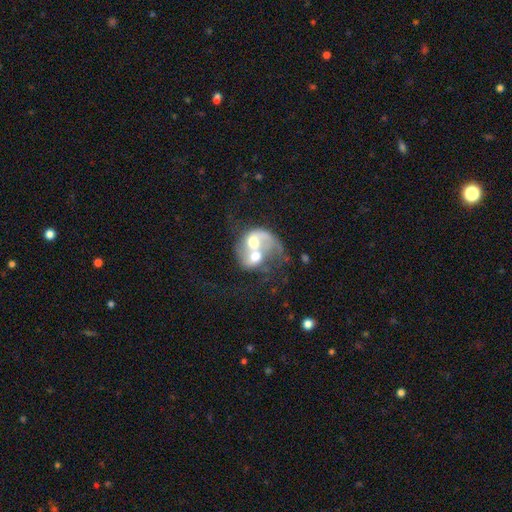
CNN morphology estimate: Smooth or featured: featured or disk — 61% (smooth — 32%)
Edge-on disk: no — 98% (yes — 2%)
Bar: no — 76% (weak — 20%)
Spiral arms: yes — 59% (no — 41%)
Bulge size: moderate — 63% (large — 21%)
Merging: merger — 78% (major disturbance — 10%)